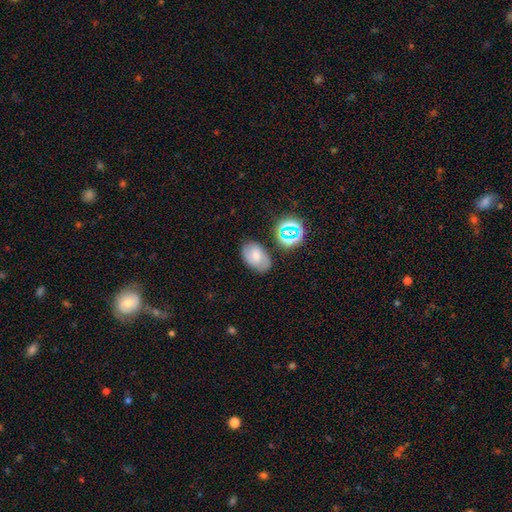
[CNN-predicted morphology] smooth_or_featured: smooth (p=0.40) [alt: featured or disk p=0.36]
merging: none (p=0.75) [alt: minor disturbance p=0.16]